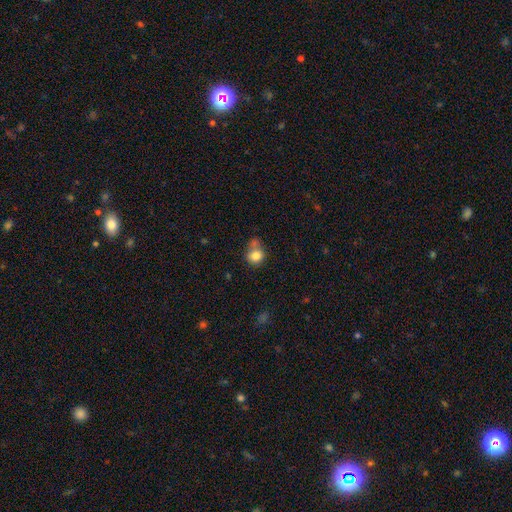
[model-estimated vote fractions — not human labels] The model was most divided on "merging": none: 44%, merger: 29%, minor disturbance: 19%, major disturbance: 8%. More confident: smooth or featured — smooth (81%); how rounded — round (72%).